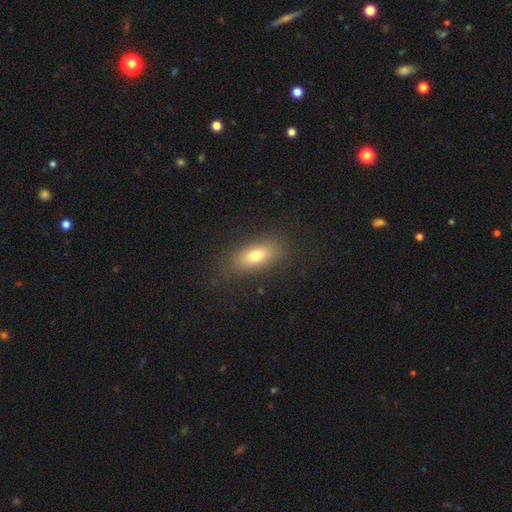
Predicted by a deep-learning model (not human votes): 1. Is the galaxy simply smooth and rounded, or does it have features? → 74% smooth, 17% featured or disk, 9% star or artifact.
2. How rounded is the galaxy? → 78% in between, 16% cigar-shaped, 6% round.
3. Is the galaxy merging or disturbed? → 84% none, 11% minor disturbance, 4% major disturbance, 1% merger.